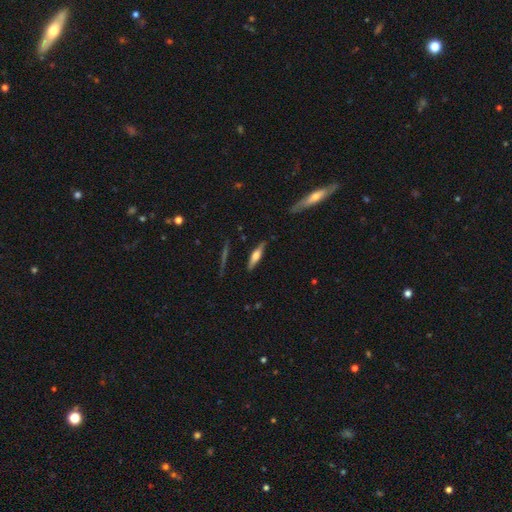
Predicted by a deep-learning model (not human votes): smooth-or-featured: featured or disk: 56% | smooth: 37% | star or artifact: 6%
  disk-edge-on: yes: 95% | no: 5%
    edge-on-bulge: rounded: 81% | boxy: 14% | none: 5%
  merging: none: 84% | minor disturbance: 12% | major disturbance: 3% | merger: 2%